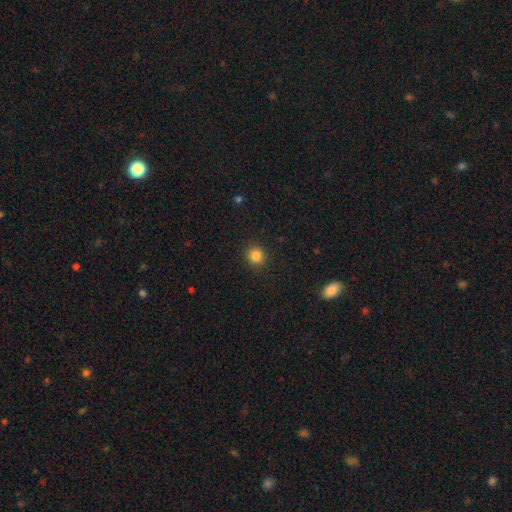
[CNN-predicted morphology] smooth-or-featured: smooth: 85% | star or artifact: 11% | featured or disk: 4%
  how-rounded: round: 90% | in between: 9% | cigar-shaped: 1%
  merging: none: 91% | minor disturbance: 6% | major disturbance: 2% | merger: 1%